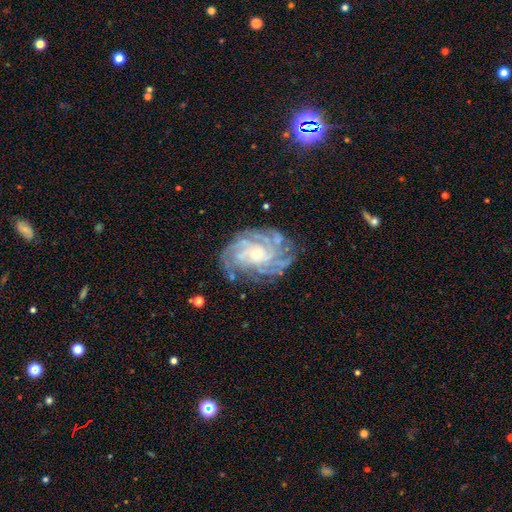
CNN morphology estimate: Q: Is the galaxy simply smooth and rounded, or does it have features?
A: featured or disk — 84%.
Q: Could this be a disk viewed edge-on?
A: no — 97%.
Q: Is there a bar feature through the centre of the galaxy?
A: no — 69%.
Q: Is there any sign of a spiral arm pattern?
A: yes — 96%.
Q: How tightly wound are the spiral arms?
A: tight — 71%.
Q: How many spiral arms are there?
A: can't tell — 29%.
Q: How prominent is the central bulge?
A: small — 59%.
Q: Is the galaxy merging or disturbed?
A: none — 78%.